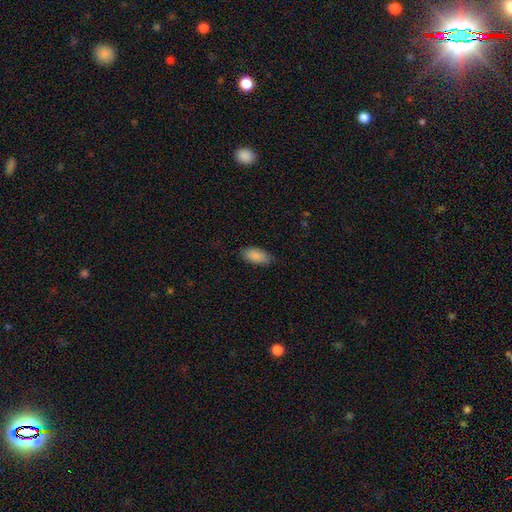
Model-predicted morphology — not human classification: Smooth or featured: smooth — 89% (star or artifact — 7%)
How rounded: in between — 91% (cigar-shaped — 7%)
Merging: none — 81% (minor disturbance — 15%)